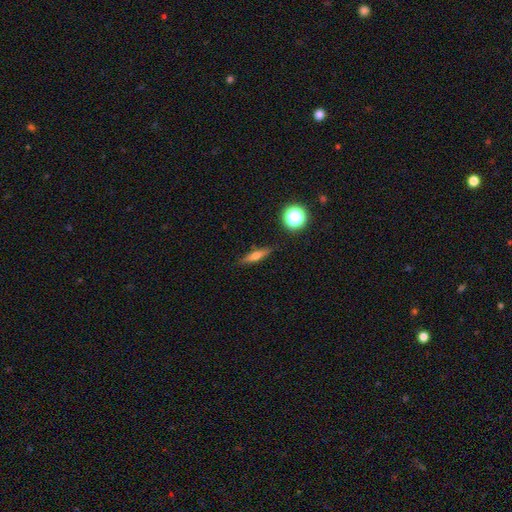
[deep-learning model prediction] Smooth or featured? Predicted: smooth (p=0.58). How rounded? Predicted: cigar-shaped (p=0.74). Merging? Predicted: none (p=0.86).